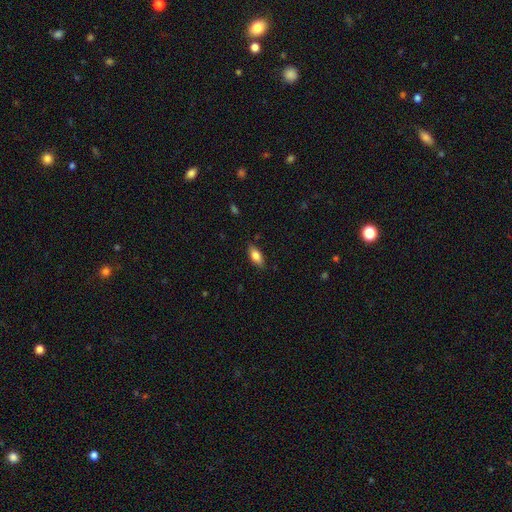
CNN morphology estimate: The model was most divided on "smooth or featured": smooth: 78%, featured or disk: 15%, star or artifact: 7%. More confident: merging — none (85%); how rounded — in between (84%).